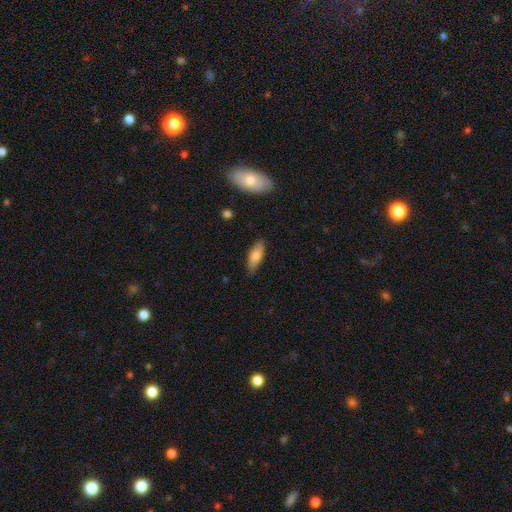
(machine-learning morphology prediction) This is likely a smooth galaxy (75%). How rounded: likely in between (61%). Merging: clearly none (80%).